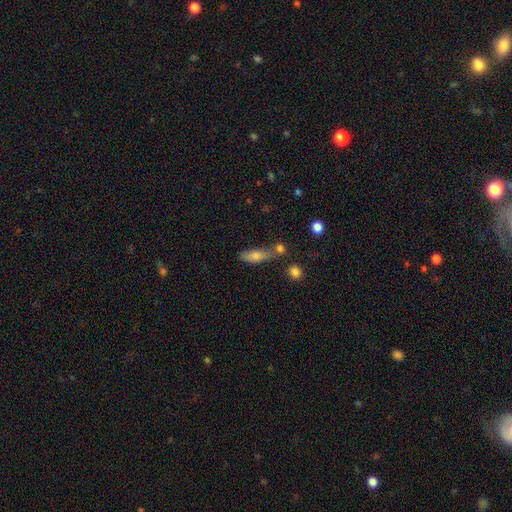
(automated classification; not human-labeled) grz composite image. It shows a smooth galaxy with no disk features (72%) that is in between round and cigar-shaped (55%). Merging: none (52%).